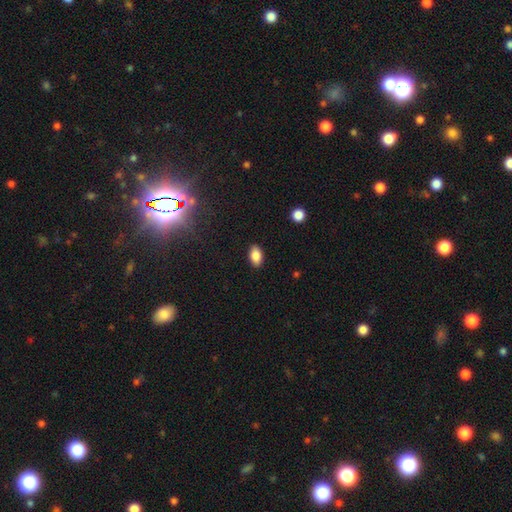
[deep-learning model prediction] Morphology: type=smooth (86%); roundness=in between (91%); merging=none (89%).